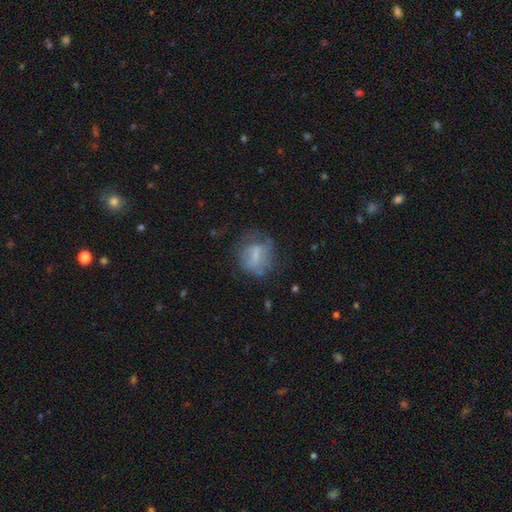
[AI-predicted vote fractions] smooth-or-featured: smooth: 52% | featured or disk: 38% | star or artifact: 10%
  how-rounded: round: 56% | in between: 41% | cigar-shaped: 3%
  merging: none: 47% | minor disturbance: 27% | major disturbance: 23% | merger: 3%